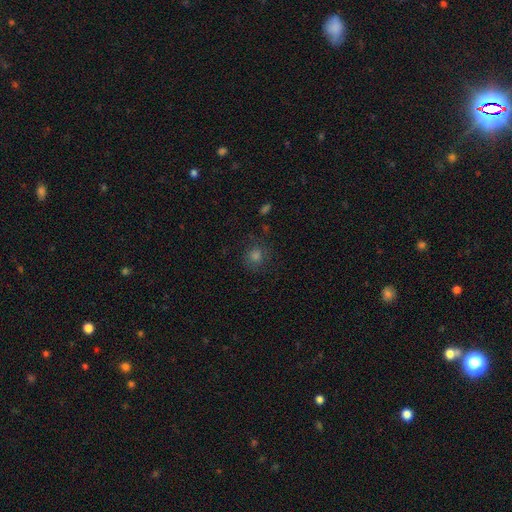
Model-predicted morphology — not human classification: type=smooth (62%); roundness=round (86%); merging=none (80%).